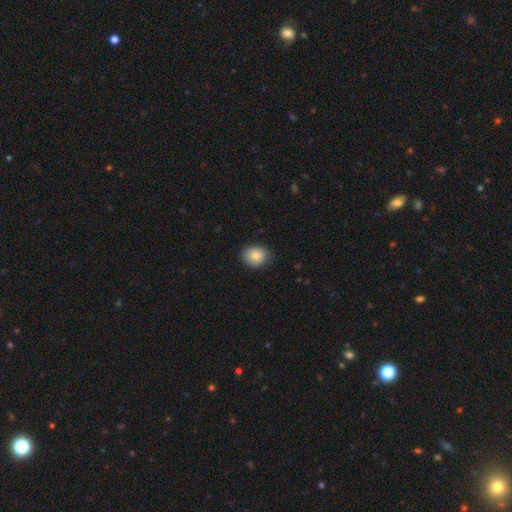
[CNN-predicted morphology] Smooth or featured?
  - smooth: 83% *
  - featured or disk: 8%
  - star or artifact: 8%
How rounded?
  - round: 60% *
  - in between: 39%
  - cigar-shaped: 1%
Merging?
  - none: 85% *
  - minor disturbance: 12%
  - major disturbance: 2%
  - merger: 1%